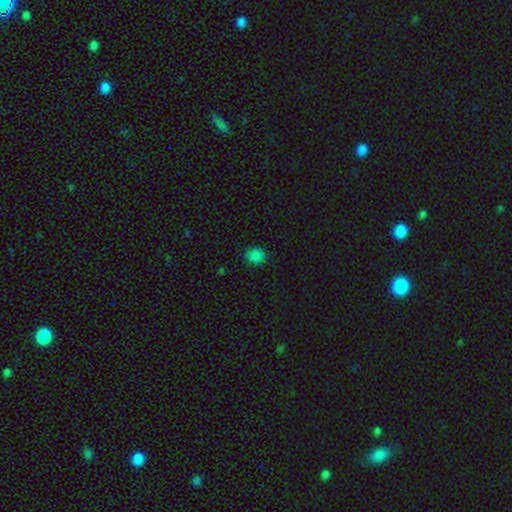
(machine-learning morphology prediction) A smooth galaxy with no disk features (83%) that is round (68%).

Vote fractions:
- Smooth or featured? smooth: 83% / star or artifact: 15% / featured or disk: 3%
- How rounded? round: 68% / in between: 31% / cigar-shaped: 1%
- Merging? none: 86% / minor disturbance: 11% / major disturbance: 2% / merger: 1%